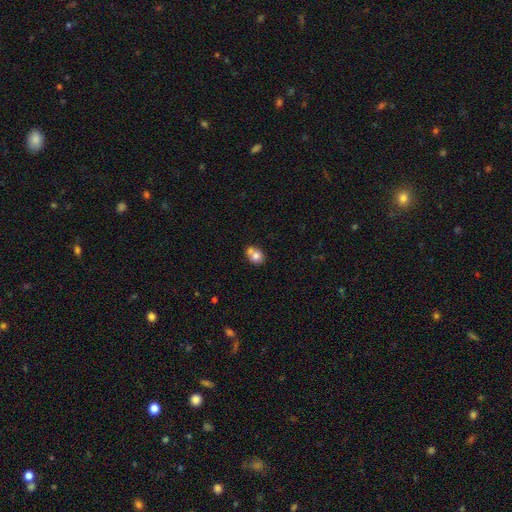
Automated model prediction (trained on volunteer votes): Smooth or featured?
  - smooth: 74% *
  - featured or disk: 16%
  - star or artifact: 9%
How rounded?
  - round: 59% *
  - in between: 40%
  - cigar-shaped: 1%
Merging?
  - merger: 44% *
  - none: 41%
  - minor disturbance: 12%
  - major disturbance: 4%